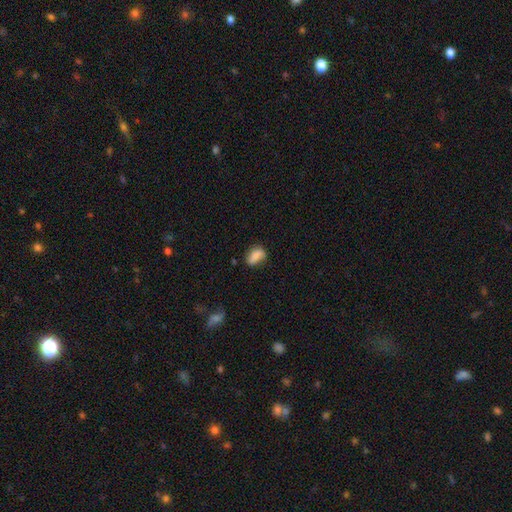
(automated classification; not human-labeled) The model was most divided on "merging": none: 54%, minor disturbance: 31%, major disturbance: 11%, merger: 4%. More confident: how rounded — in between (85%); smooth or featured — smooth (81%).